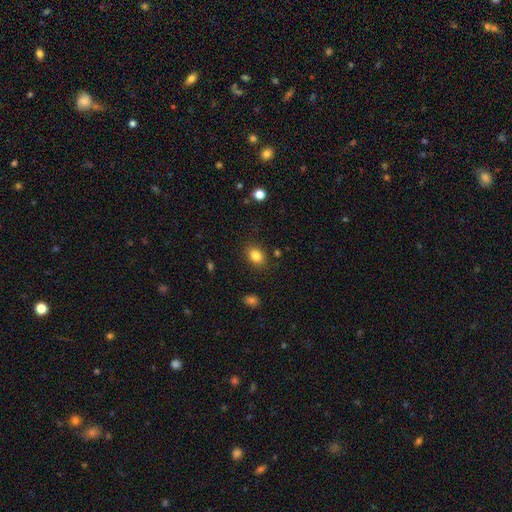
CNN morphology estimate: This appears to be a smooth galaxy with no disk features (83%) that is in between round and cigar-shaped (70%). Merging: none (84%).